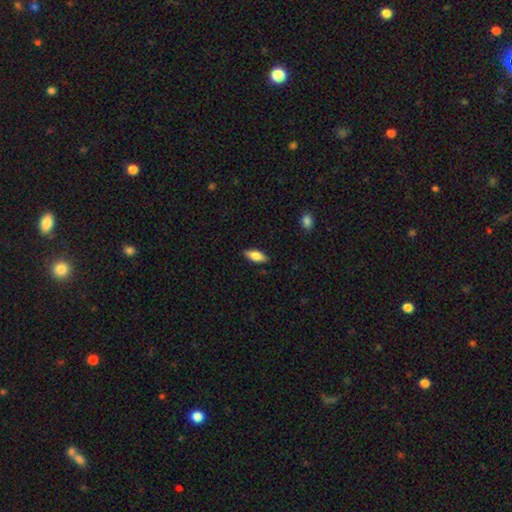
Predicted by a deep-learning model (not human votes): A smooth galaxy with no disk features (77%) that is in between round and cigar-shaped (79%).

Vote fractions:
- Smooth or featured? smooth: 77% / featured or disk: 17% / star or artifact: 6%
- How rounded? in between: 79% / cigar-shaped: 18% / round: 2%
- Merging? none: 87% / minor disturbance: 9% / major disturbance: 2% / merger: 1%